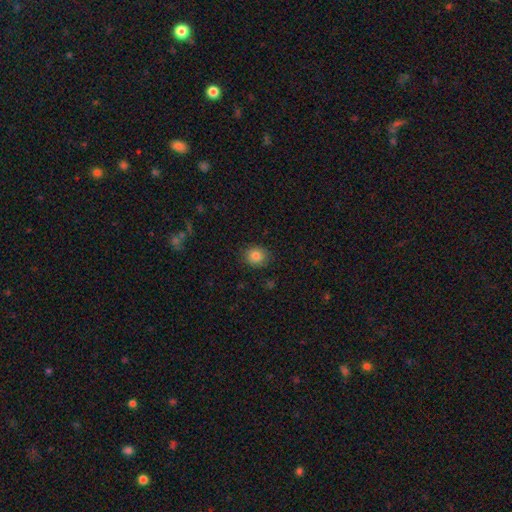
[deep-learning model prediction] Smooth or featured: smooth — 83% (star or artifact — 11%)
How rounded: round — 81% (in between — 18%)
Merging: none — 88% (minor disturbance — 9%)